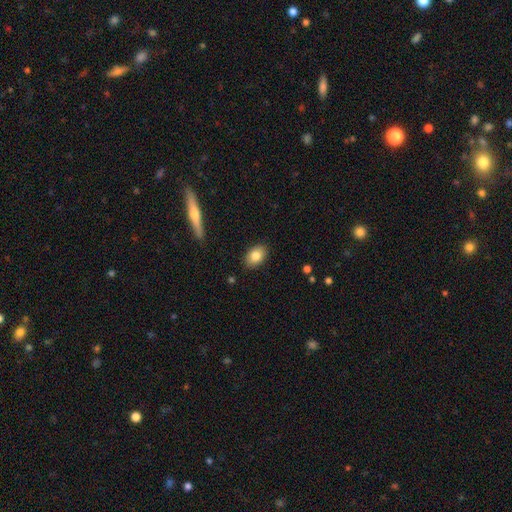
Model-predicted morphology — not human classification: smooth_or_featured: smooth (p=0.83) [alt: featured or disk p=0.10]
how_rounded: in between (p=0.85) [alt: round p=0.13]
merging: none (p=0.88) [alt: minor disturbance p=0.09]